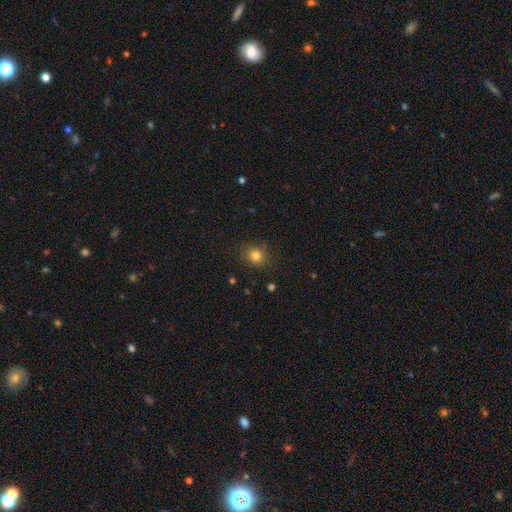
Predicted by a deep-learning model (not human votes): Overall: smooth (80%). How rounded: round (76%). Merging: none (83%).